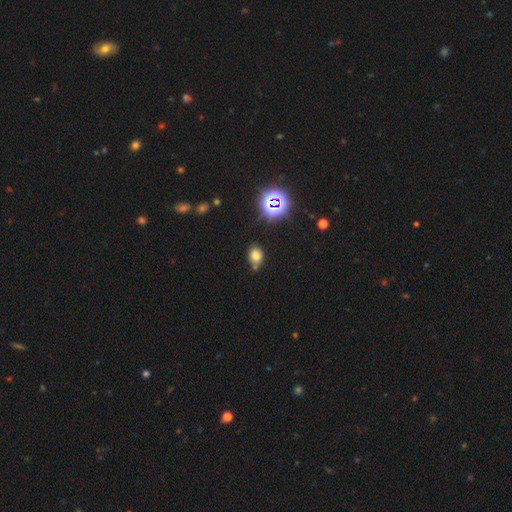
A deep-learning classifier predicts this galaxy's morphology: Overall: smooth (72%). How rounded: round (53%; in between 46%). Merging: none (58%; minor disturbance 23%).